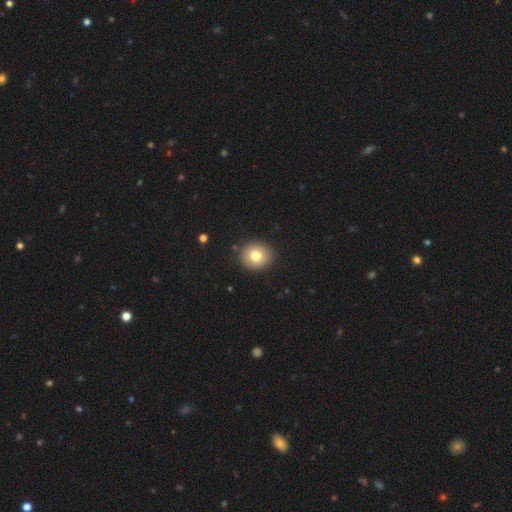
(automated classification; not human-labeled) Smooth or featured?
  - smooth: 79% *
  - featured or disk: 11%
  - star or artifact: 10%
How rounded?
  - round: 84% *
  - in between: 15%
  - cigar-shaped: 1%
Merging?
  - none: 90% *
  - minor disturbance: 7%
  - major disturbance: 2%
  - merger: 2%